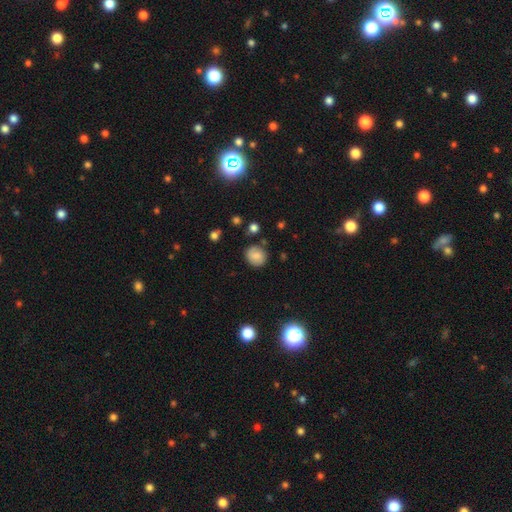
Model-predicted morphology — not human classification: smooth_or_featured: smooth (p=0.76) [alt: featured or disk p=0.13]
how_rounded: round (p=0.79) [alt: in between p=0.20]
merging: none (p=0.79) [alt: minor disturbance p=0.14]